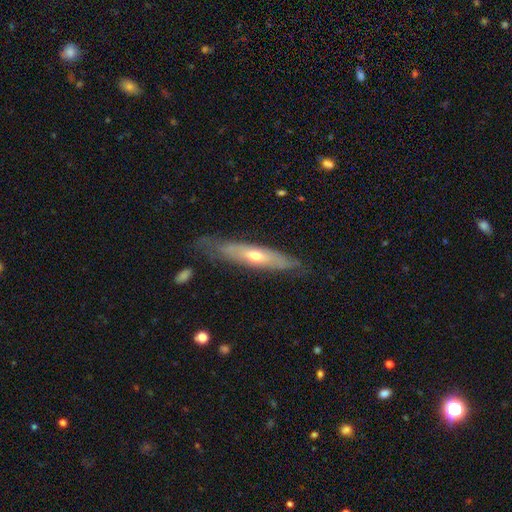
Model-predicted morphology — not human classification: smooth_or_featured: featured or disk (p=0.61) [alt: smooth p=0.33]
disk_edge_on: yes (p=0.58) [alt: no p=0.42]
merging: none (p=0.72) [alt: minor disturbance p=0.20]